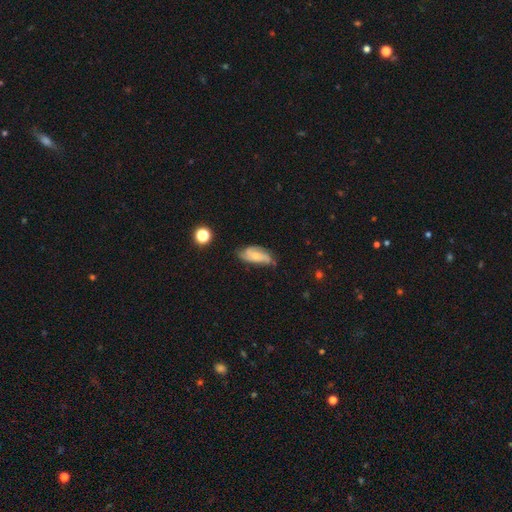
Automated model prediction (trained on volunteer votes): smooth-or-featured: featured or disk: 50% | smooth: 41% | star or artifact: 9%
  disk-edge-on: no: 91% | yes: 9%
  merging: none: 55% | minor disturbance: 32% | major disturbance: 10% | merger: 3%